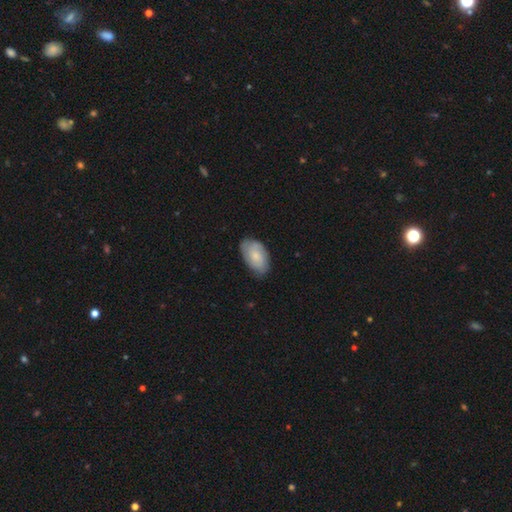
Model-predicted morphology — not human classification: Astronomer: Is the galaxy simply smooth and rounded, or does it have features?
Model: smooth — 73%.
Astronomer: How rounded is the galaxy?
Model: in between — 94%.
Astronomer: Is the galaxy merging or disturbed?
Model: none — 73%.